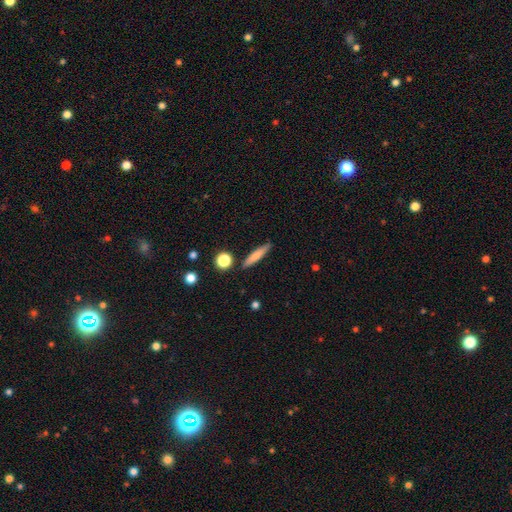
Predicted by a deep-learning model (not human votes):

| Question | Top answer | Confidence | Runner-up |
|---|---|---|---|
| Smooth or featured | smooth | 71% | featured or disk (22%) |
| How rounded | cigar-shaped | 87% | in between (10%) |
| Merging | none | 86% | minor disturbance (9%) |